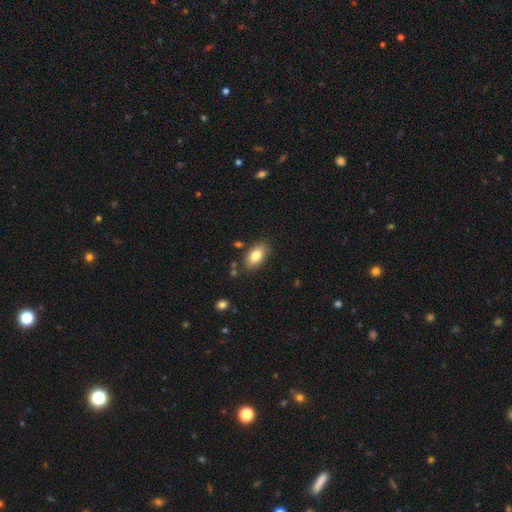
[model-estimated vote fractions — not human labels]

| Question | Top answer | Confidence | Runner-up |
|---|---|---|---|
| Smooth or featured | smooth | 82% | featured or disk (11%) |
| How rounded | in between | 91% | round (6%) |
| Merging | none | 81% | minor disturbance (12%) |